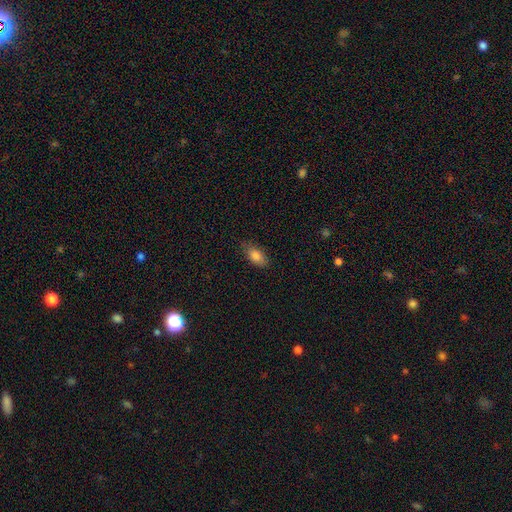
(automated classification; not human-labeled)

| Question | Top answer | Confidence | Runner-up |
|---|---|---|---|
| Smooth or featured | smooth | 83% | featured or disk (9%) |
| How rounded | in between | 90% | cigar-shaped (6%) |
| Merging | none | 76% | minor disturbance (19%) |